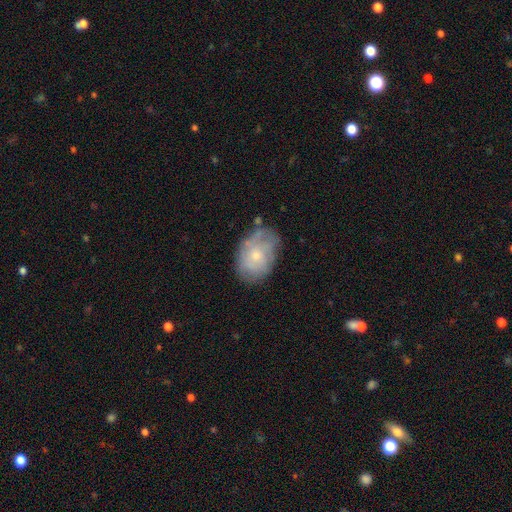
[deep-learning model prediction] The model was most divided on "smooth or featured": featured or disk: 47%, smooth: 45%, star or artifact: 8%. More confident: merging — none (63%).